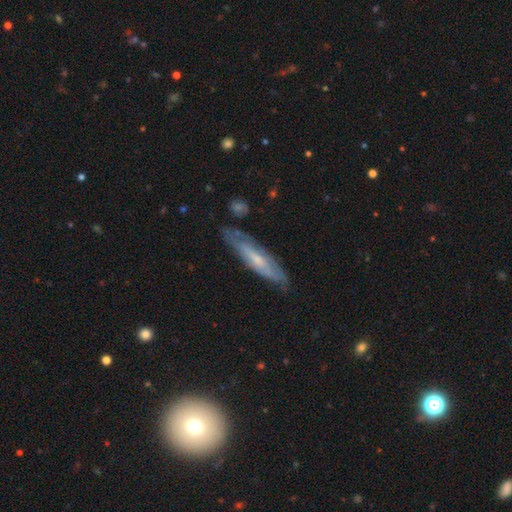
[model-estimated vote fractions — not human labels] Smooth or featured?
  - featured or disk: 60% *
  - smooth: 30%
  - star or artifact: 10%
Edge-on disk?
  - yes: 57% *
  - no: 43%
Merging?
  - none: 79% *
  - minor disturbance: 16%
  - major disturbance: 3%
  - merger: 2%